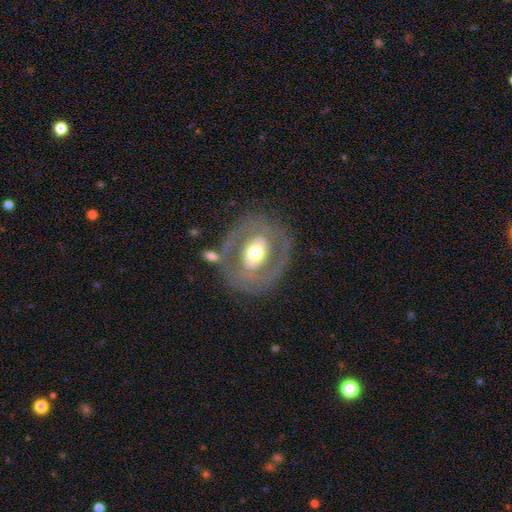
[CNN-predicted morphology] smooth_or_featured: featured or disk (p=0.70) [alt: smooth p=0.24]
disk_edge_on: no (p=0.95) [alt: yes p=0.05]
bar: no (p=0.50) [alt: weak p=0.28]
has_spiral_arms: no (p=0.60) [alt: yes p=0.40]
bulge_size: moderate (p=0.69) [alt: large p=0.18]
merging: none (p=0.70) [alt: minor disturbance p=0.15]